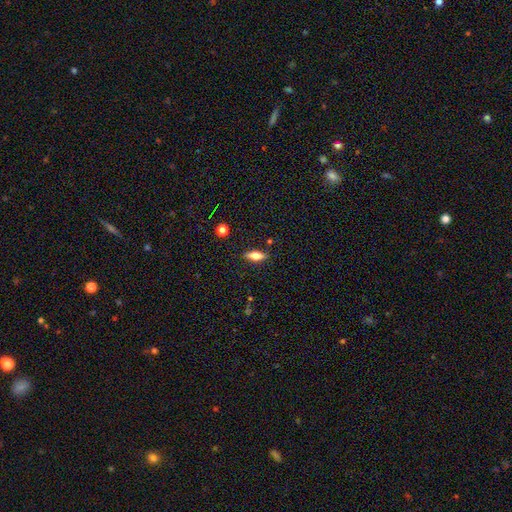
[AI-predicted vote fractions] smooth 65%, featured or disk 27%, star or artifact 8%. Down the decision tree: how rounded — in between (67%); merging — none (86%).